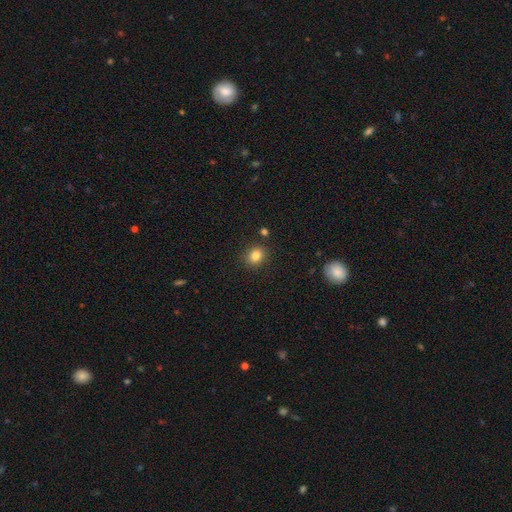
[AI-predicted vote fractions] This appears to be a smooth galaxy with no disk features (82%) that is round (62%). Merging: none (86%).